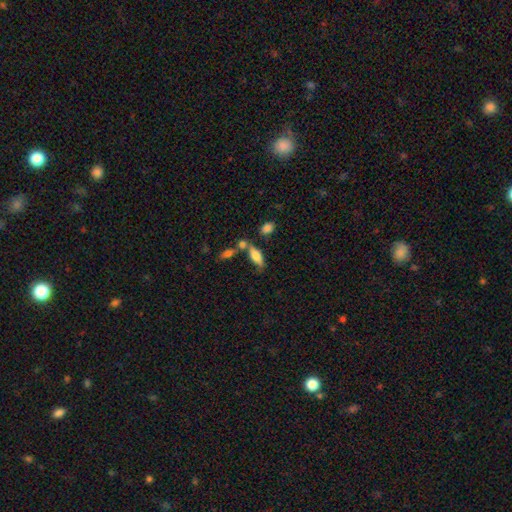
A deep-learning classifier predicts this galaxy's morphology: Smooth or featured? smooth (73%)
How rounded? in between (69%)
Merging? none (51%)